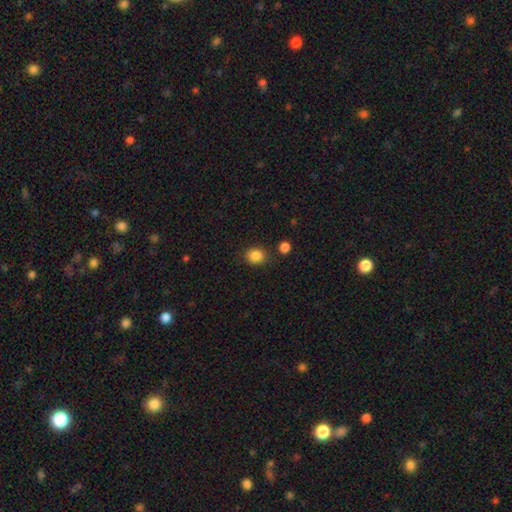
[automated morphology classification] smooth-or-featured: smooth: 86% | star or artifact: 10% | featured or disk: 4%
  how-rounded: round: 66% | in between: 33% | cigar-shaped: 1%
  merging: none: 83% | minor disturbance: 10% | merger: 4% | major disturbance: 3%